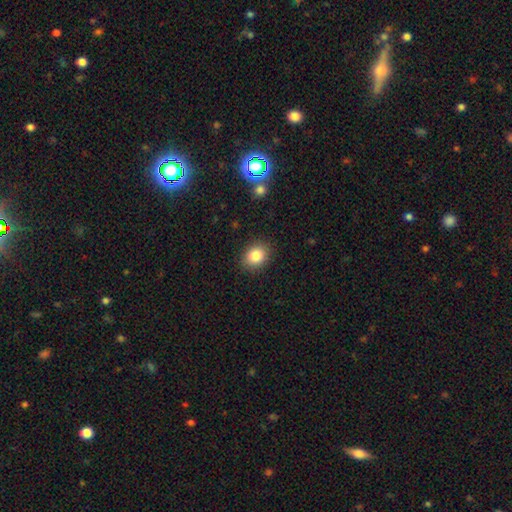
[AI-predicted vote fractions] A smooth galaxy with no disk features (85%) that is in between round and cigar-shaped (52%).

Vote fractions:
- Smooth or featured? smooth: 85% / star or artifact: 9% / featured or disk: 6%
- How rounded? in between: 52% / round: 47% / cigar-shaped: 1%
- Merging? none: 88% / minor disturbance: 8% / major disturbance: 2% / merger: 1%